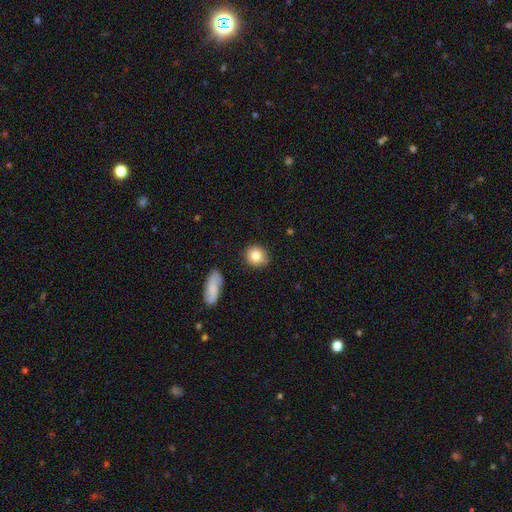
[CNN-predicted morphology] This is clearly a smooth galaxy (82%). How rounded: clearly round (80%). Merging: clearly none (86%).